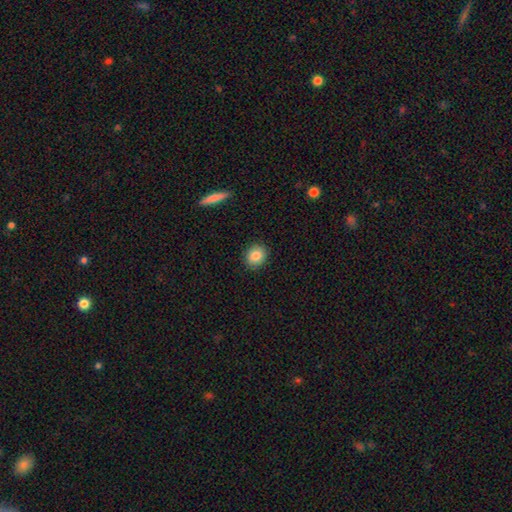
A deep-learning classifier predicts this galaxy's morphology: Smooth or featured? smooth (85%)
How rounded? round (70%)
Merging? none (90%)